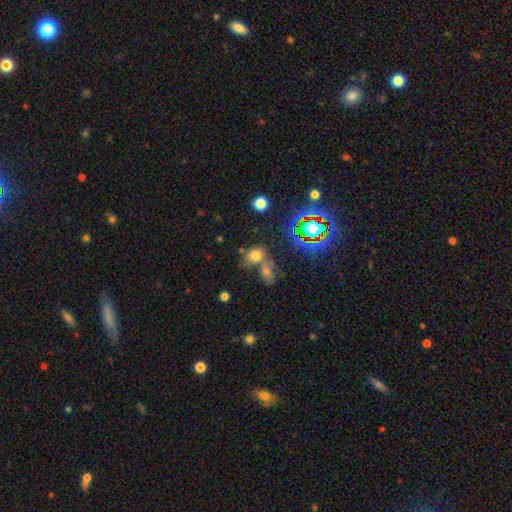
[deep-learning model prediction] smooth_or_featured: smooth (p=0.65) [alt: star or artifact p=0.24]
how_rounded: round (p=0.51) [alt: in between p=0.47]
merging: none (p=0.47) [alt: merger p=0.37]